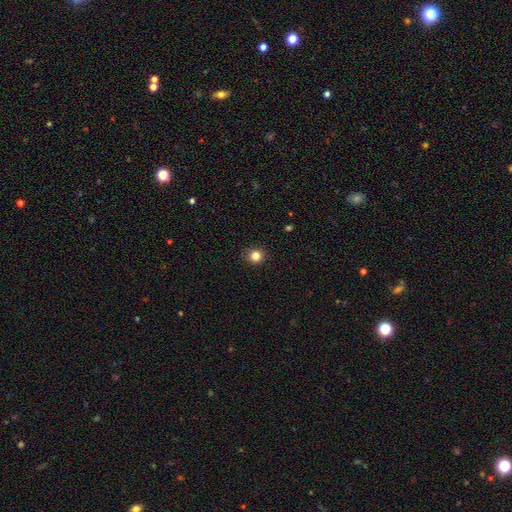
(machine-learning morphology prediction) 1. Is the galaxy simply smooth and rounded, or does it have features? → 83% smooth, 12% star or artifact, 5% featured or disk.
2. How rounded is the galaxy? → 89% round, 10% in between, 1% cigar-shaped.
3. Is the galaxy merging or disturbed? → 91% none, 7% minor disturbance, 2% major disturbance, 1% merger.